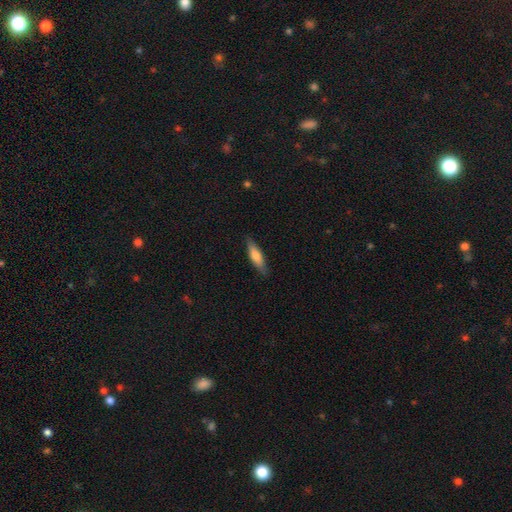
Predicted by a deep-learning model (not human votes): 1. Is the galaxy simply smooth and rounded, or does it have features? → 68% smooth, 27% featured or disk, 6% star or artifact.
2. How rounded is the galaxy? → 69% cigar-shaped, 29% in between, 2% round.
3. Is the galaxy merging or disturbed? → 86% none, 11% minor disturbance, 2% major disturbance, 1% merger.